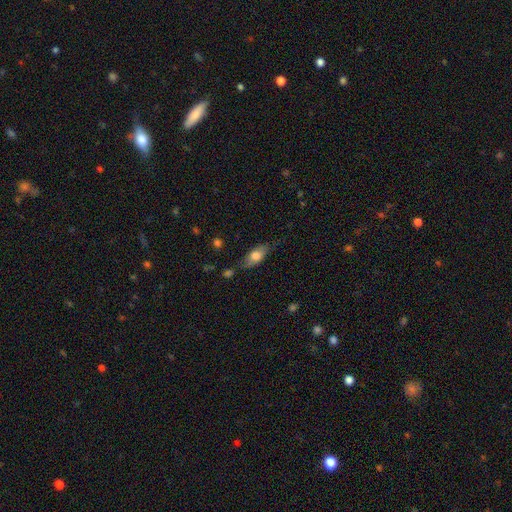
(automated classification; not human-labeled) Overall: smooth (66%; featured or disk 27%). How rounded: in between (79%). Merging: none (68%).